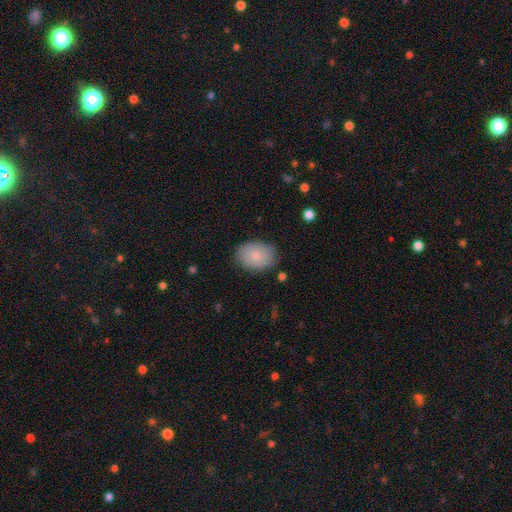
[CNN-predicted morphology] Smooth or featured: smooth — 84% (featured or disk — 9%)
How rounded: in between — 78% (round — 21%)
Merging: none — 81% (minor disturbance — 14%)